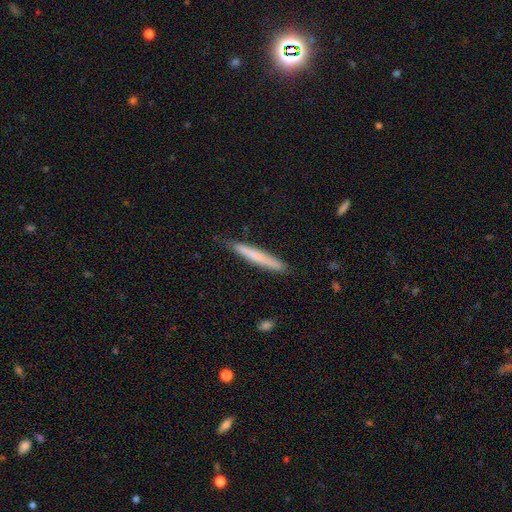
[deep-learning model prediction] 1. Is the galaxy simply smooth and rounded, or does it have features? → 69% smooth, 26% featured or disk, 6% star or artifact.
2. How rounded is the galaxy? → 96% cigar-shaped, 3% in between, 1% round.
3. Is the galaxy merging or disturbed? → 85% none, 12% minor disturbance, 2% major disturbance, 1% merger.